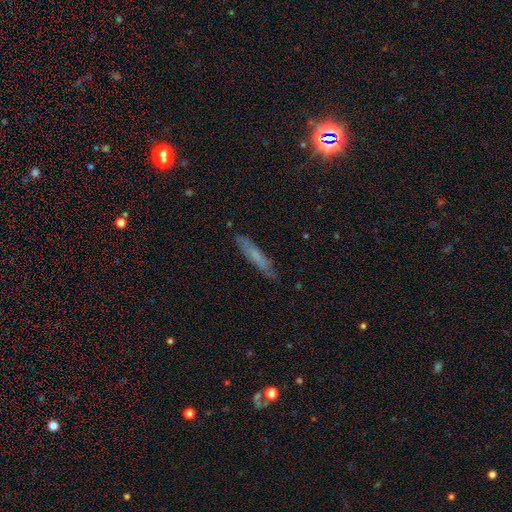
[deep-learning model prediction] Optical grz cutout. It shows a smooth galaxy with no disk features (57%) that is cigar-shaped (88%). Merging: none (81%).